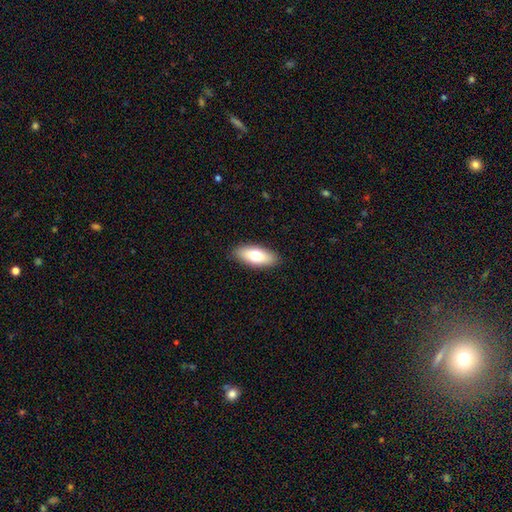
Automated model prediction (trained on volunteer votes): Smooth or featured? Predicted: smooth (p=0.72). How rounded? Predicted: in between (p=0.79). Merging? Predicted: none (p=0.89).